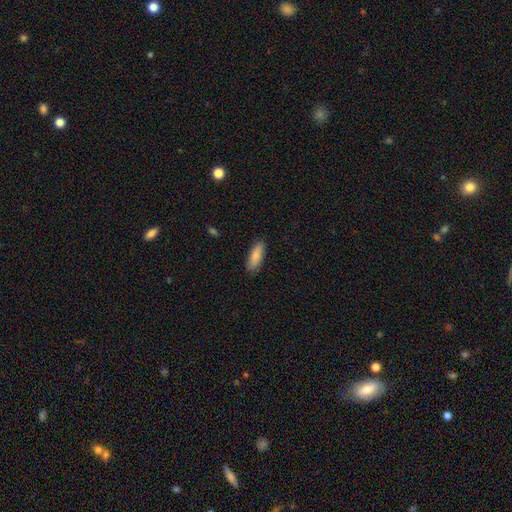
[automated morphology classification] A smooth galaxy with no disk features (85%) that is in between round and cigar-shaped (62%). Merging: none (86%).